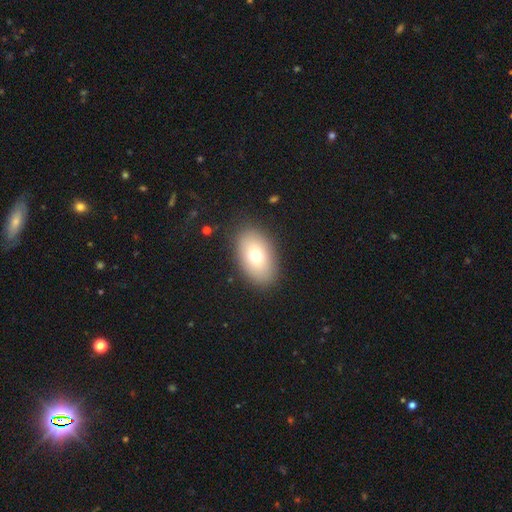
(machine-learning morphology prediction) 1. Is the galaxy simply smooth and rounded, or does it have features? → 73% smooth, 17% featured or disk, 10% star or artifact.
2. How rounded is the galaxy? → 88% in between, 11% round, 1% cigar-shaped.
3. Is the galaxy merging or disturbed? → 87% none, 9% minor disturbance, 3% major disturbance, 1% merger.